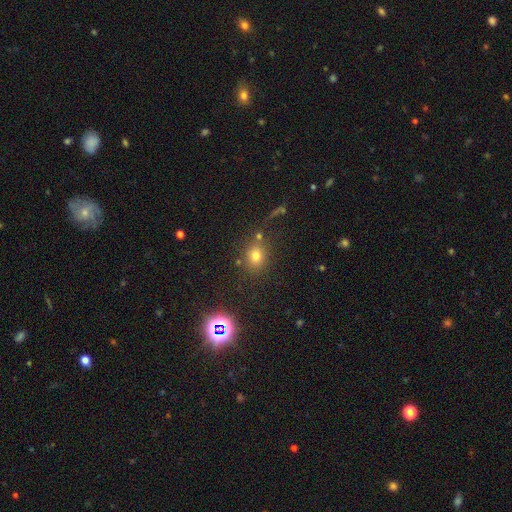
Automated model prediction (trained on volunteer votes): The model was most divided on "how rounded": round: 64%, in between: 35%, cigar-shaped: 1%. More confident: merging — none (72%); smooth or featured — smooth (71%).